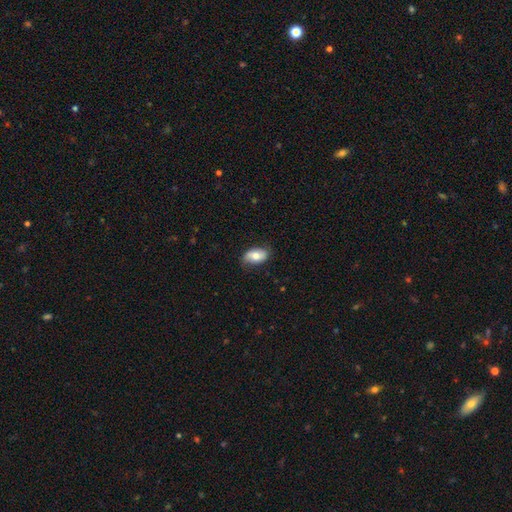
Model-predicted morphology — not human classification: smooth 68%, featured or disk 25%, star or artifact 7%. Down the decision tree: how rounded — in between (92%); merging — none (76%).